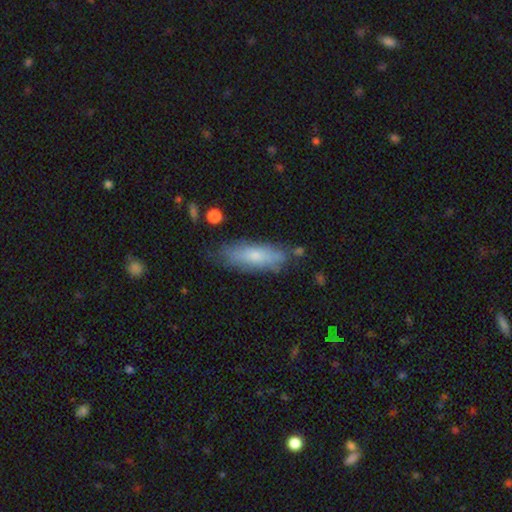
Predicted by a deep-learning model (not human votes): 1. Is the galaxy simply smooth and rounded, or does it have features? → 70% smooth, 24% featured or disk, 6% star or artifact.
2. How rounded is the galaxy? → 50% in between, 48% cigar-shaped, 2% round.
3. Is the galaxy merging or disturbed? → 72% none, 20% minor disturbance, 5% major disturbance, 3% merger.